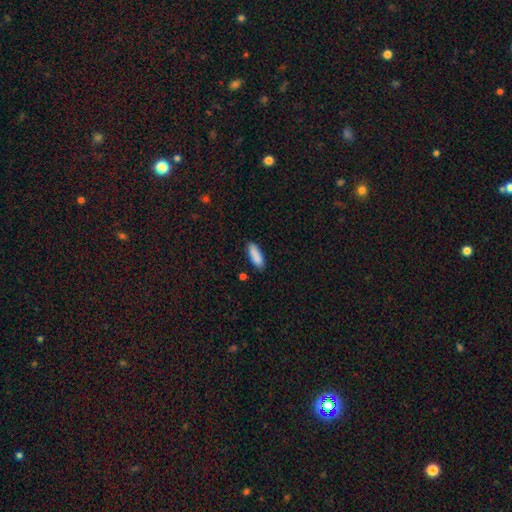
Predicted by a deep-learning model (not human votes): Morphology: type=smooth (89%); roundness=in between (65%); merging=none (84%).